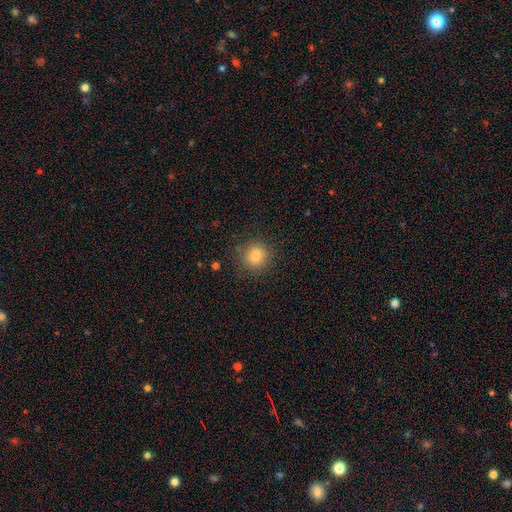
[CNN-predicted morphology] Overall: smooth (82%). How rounded: round (86%). Merging: none (87%).